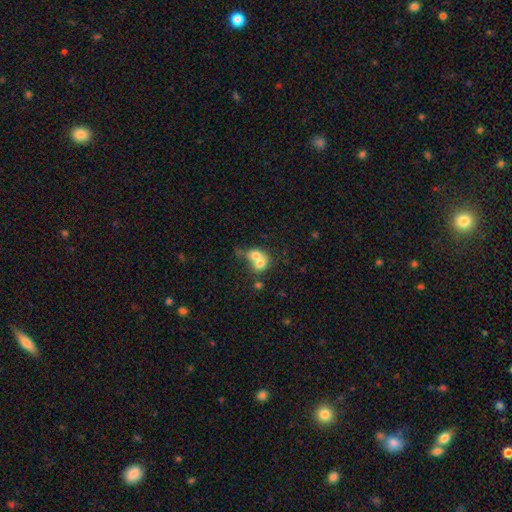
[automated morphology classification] Smooth or featured? smooth (67%)
How rounded? round (57%)
Merging? merger (74%)